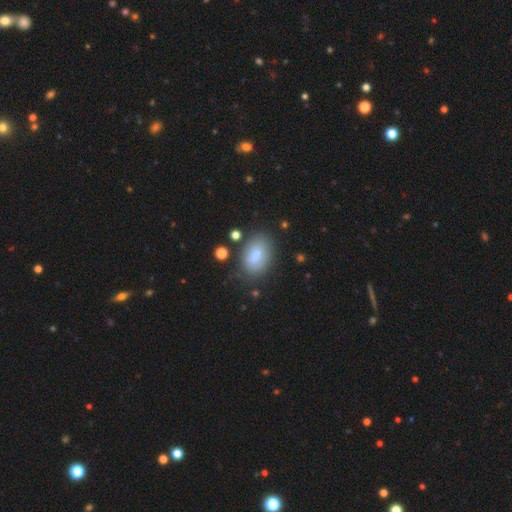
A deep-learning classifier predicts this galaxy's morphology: smooth 82%, featured or disk 10%, star or artifact 8%. Down the decision tree: how rounded — in between (90%); merging — none (75%).